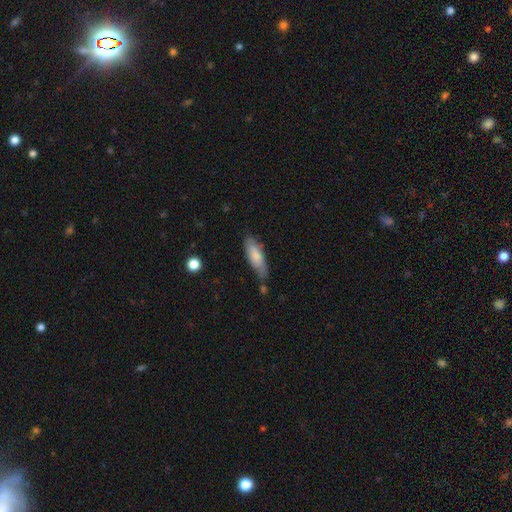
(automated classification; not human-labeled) Overall: smooth (78%). How rounded: in between (56%; cigar-shaped 43%). Merging: none (67%).